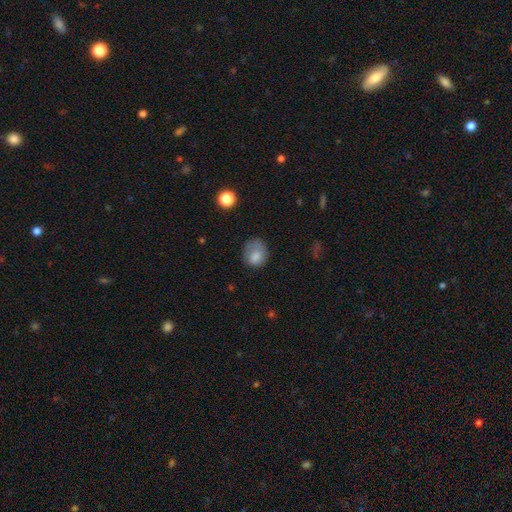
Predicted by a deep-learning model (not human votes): Smooth or featured? Predicted: smooth (p=0.76). How rounded? Predicted: round (p=0.56). Merging? Predicted: none (p=0.48).